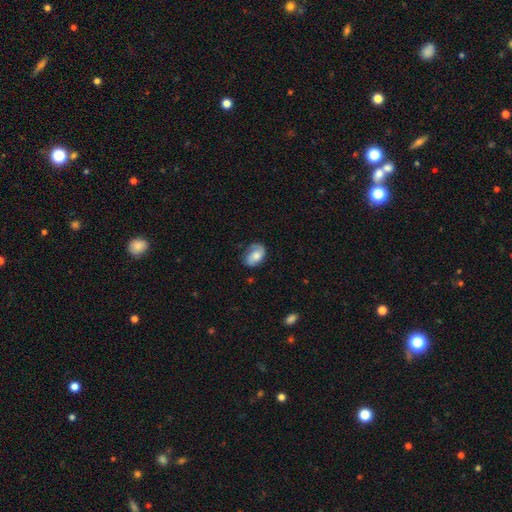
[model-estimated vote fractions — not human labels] Smooth or featured?
  - smooth: 58% *
  - featured or disk: 35%
  - star or artifact: 8%
How rounded?
  - in between: 86% *
  - round: 12%
  - cigar-shaped: 2%
Merging?
  - none: 57% *
  - minor disturbance: 29%
  - major disturbance: 11%
  - merger: 2%